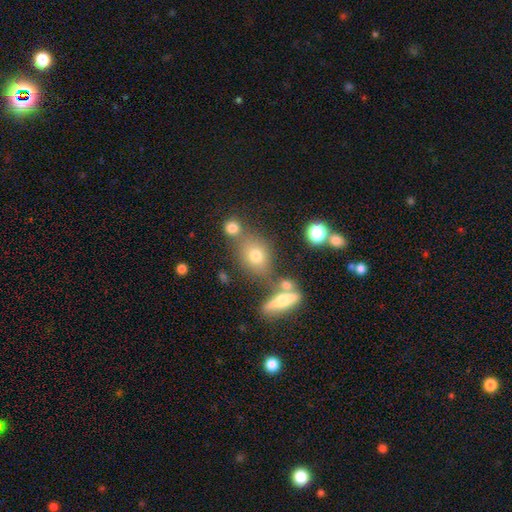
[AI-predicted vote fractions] This appears to be a smooth galaxy with no disk features (71%) that is in between round and cigar-shaped (52%). Merging: none (58%).